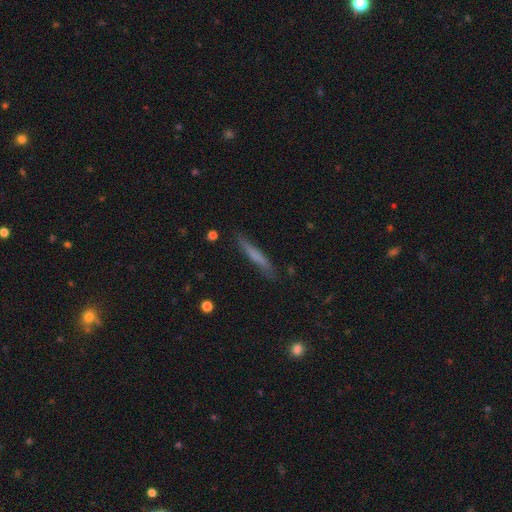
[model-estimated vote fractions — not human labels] A smooth galaxy with no disk features (62%) that is cigar-shaped (94%). Merging: none (82%).